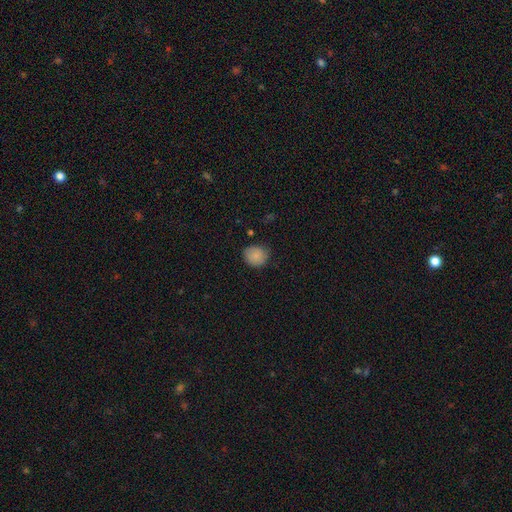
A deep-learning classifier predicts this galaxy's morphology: Smooth or featured? smooth (85%)
How rounded? round (81%)
Merging? none (76%)